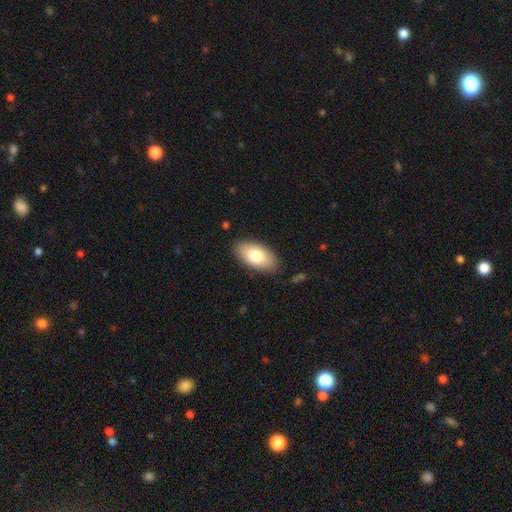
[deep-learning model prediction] Smooth or featured? Predicted: smooth (p=0.78). How rounded? Predicted: in between (p=0.94). Merging? Predicted: none (p=0.85).